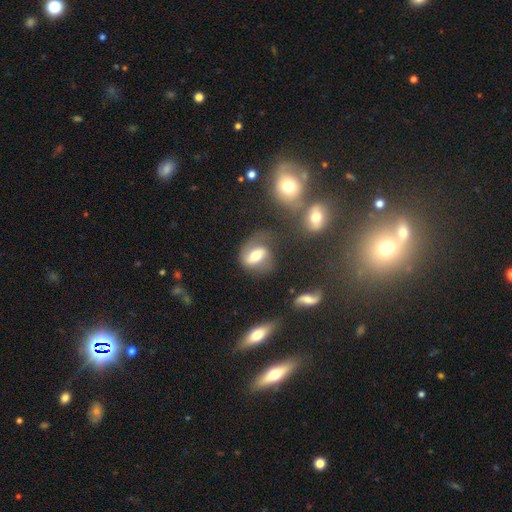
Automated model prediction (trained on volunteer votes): This is possibly a smooth galaxy (48%). Merging: possibly none (56%).